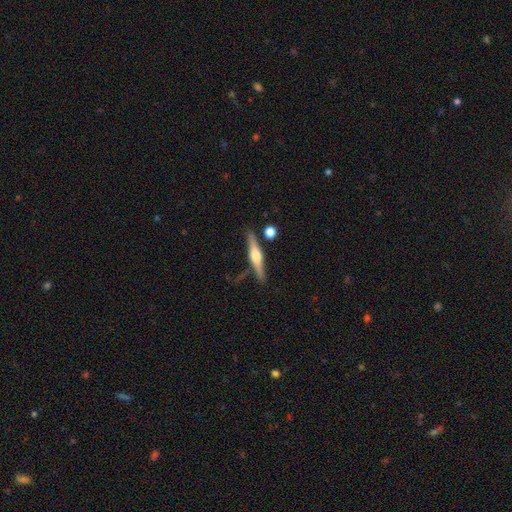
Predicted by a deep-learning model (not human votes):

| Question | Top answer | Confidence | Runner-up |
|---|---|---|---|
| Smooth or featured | featured or disk | 74% | smooth (20%) |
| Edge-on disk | yes | 97% | no (3%) |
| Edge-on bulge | rounded | 89% | boxy (8%) |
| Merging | none | 83% | minor disturbance (10%) |